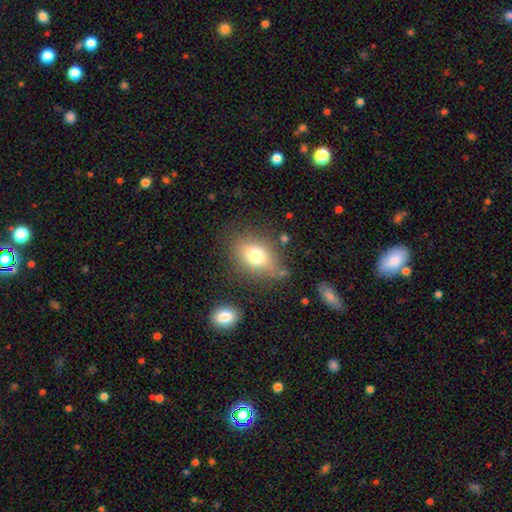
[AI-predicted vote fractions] Smooth or featured: smooth — 73% (featured or disk — 16%)
How rounded: in between — 68% (round — 30%)
Merging: none — 72% (minor disturbance — 17%)